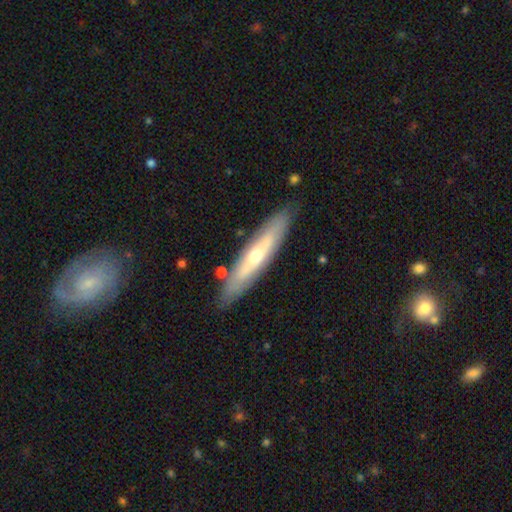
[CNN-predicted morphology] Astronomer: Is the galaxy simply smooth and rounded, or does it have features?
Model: featured or disk — 58% (runner-up: smooth, 36%).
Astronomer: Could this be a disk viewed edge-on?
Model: yes — 65%.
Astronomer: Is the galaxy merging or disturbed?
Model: none — 84%.